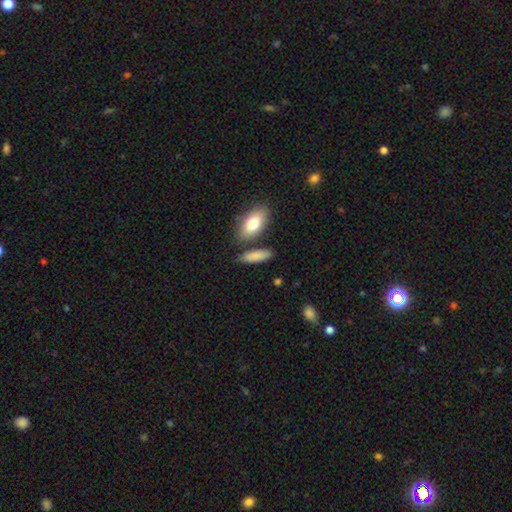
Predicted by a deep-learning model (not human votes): Smooth or featured?
  - smooth: 84% *
  - featured or disk: 9%
  - star or artifact: 6%
How rounded?
  - in between: 60% *
  - cigar-shaped: 36%
  - round: 4%
Merging?
  - none: 74% *
  - minor disturbance: 13%
  - merger: 9%
  - major disturbance: 4%